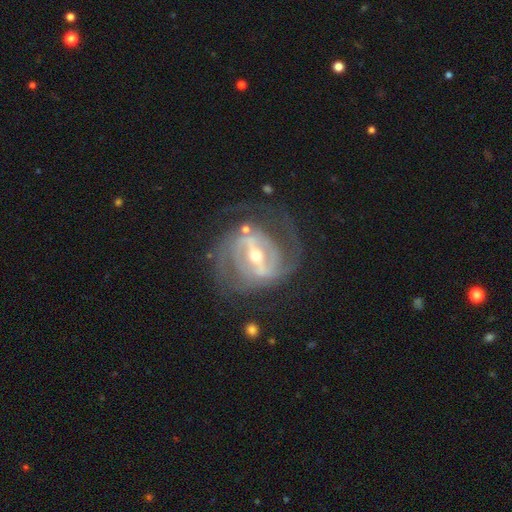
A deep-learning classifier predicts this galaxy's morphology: Q: Smooth or featured?
A: featured or disk (90%); runner-up: star or artifact (5%)
Q: Edge-on disk?
A: no (96%); runner-up: yes (4%)
Q: Bar?
A: strong (67%); runner-up: weak (26%)
Q: Spiral arms?
A: yes (94%); runner-up: no (6%)
Q: Spiral winding?
A: tight (45%); runner-up: medium (42%)
Q: Spiral arm count?
A: 2 (54%); runner-up: can't tell (16%)
Q: Bulge size?
A: moderate (50%); runner-up: small (46%)
Q: Merging?
A: none (67%); runner-up: minor disturbance (16%)